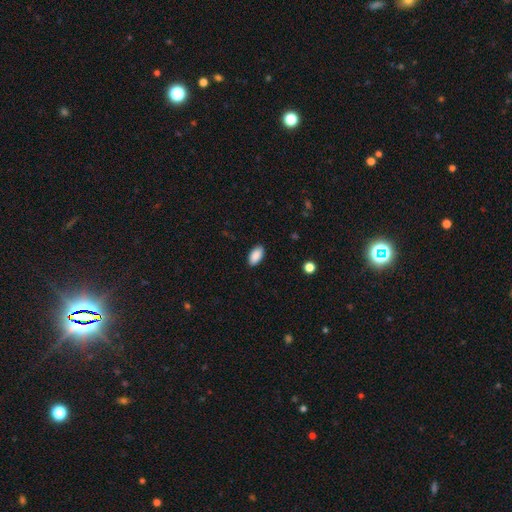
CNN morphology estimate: Smooth or featured? smooth (90%)
How rounded? in between (94%)
Merging? none (89%)